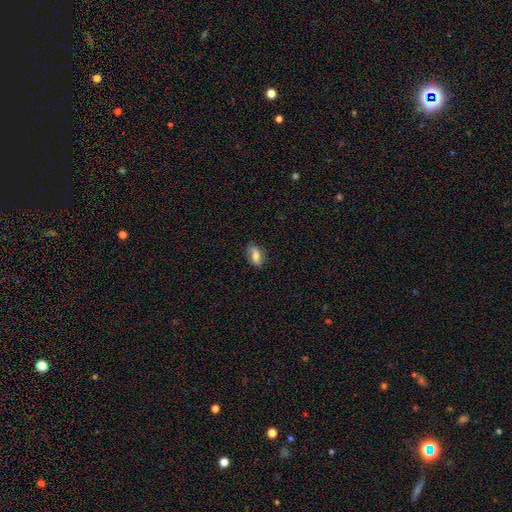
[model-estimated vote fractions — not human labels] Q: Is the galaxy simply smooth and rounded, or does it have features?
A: smooth — 61%.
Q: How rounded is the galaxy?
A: in between — 83%.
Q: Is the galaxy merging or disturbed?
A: none — 74%.